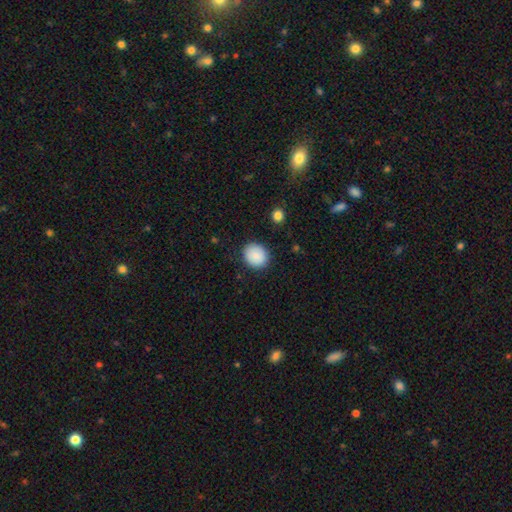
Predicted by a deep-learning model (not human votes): Morphology: type=smooth (88%); roundness=round (75%); merging=none (87%).